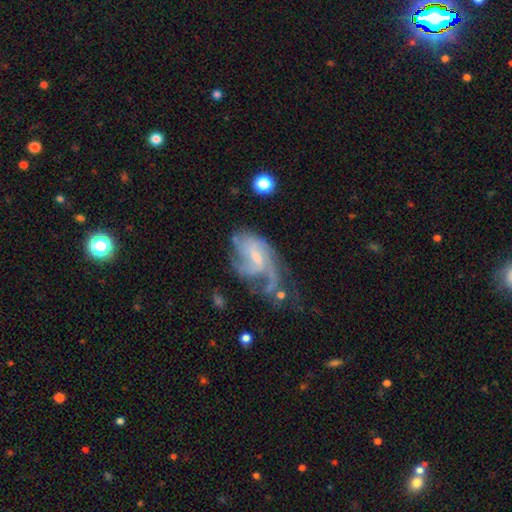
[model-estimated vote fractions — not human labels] smooth-or-featured: featured or disk: 80% | smooth: 12% | star or artifact: 8%
  disk-edge-on: no: 97% | yes: 3%
    bar: weak: 50% | no: 37% | strong: 12%
    has-spiral-arms: yes: 90% | no: 10%
      spiral-winding: medium: 44% | loose: 30% | tight: 26%
      spiral-arm-count: can't tell: 28% | 3: 26% | 2: 21% | 4: 12% | 1: 9% | more than 4: 5%
    bulge-size: small: 58% | moderate: 30% | none: 9% | large: 2% | dominant: 1%
  merging: major disturbance: 38% | none: 34% | minor disturbance: 22% | merger: 7%